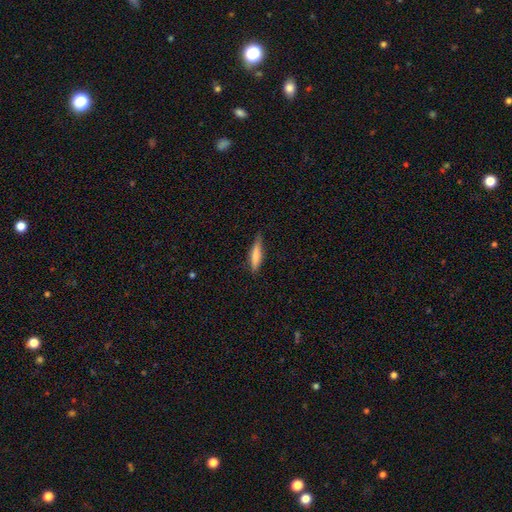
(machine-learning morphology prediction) smooth-or-featured: smooth: 71% | featured or disk: 23% | star or artifact: 6%
  how-rounded: cigar-shaped: 82% | in between: 16% | round: 2%
  merging: none: 79% | minor disturbance: 17% | major disturbance: 3% | merger: 1%